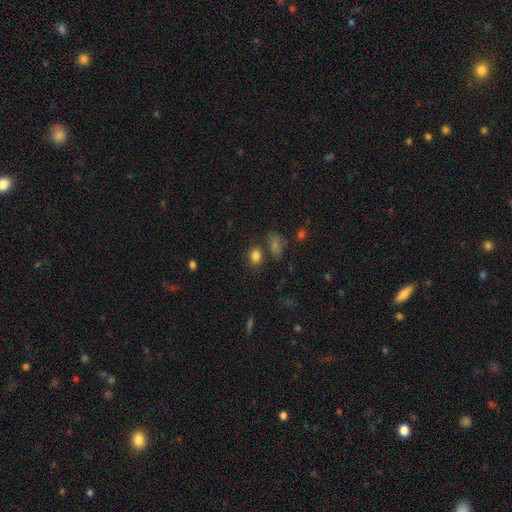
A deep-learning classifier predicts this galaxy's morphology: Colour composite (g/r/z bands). It shows a smooth galaxy with no disk features (82%) that is in between round and cigar-shaped (67%). Merging: none (71%).